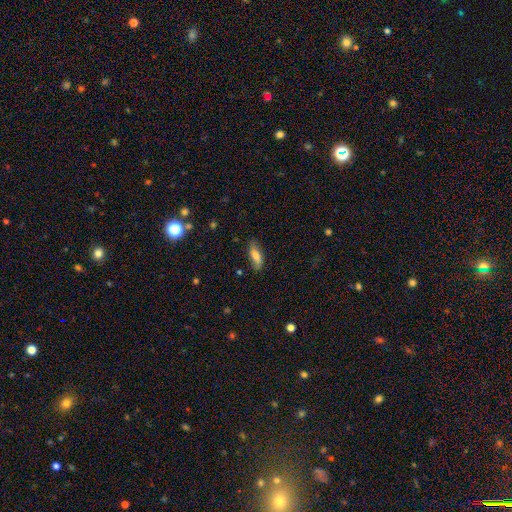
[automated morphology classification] Smooth or featured? smooth (69%)
How rounded? in between (70%)
Merging? none (72%)